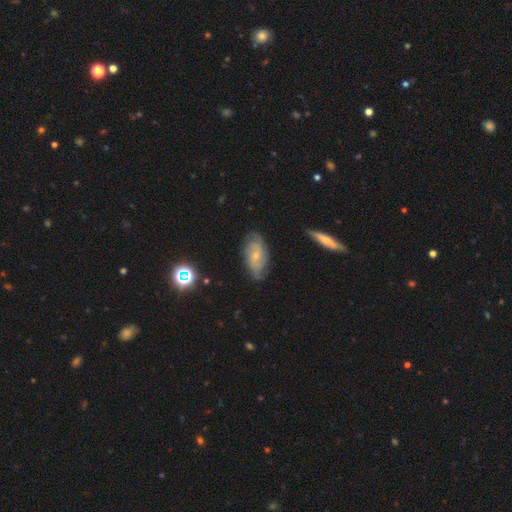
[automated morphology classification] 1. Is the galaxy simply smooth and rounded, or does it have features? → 62% featured or disk, 30% smooth, 9% star or artifact.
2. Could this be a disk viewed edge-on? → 91% no, 9% yes.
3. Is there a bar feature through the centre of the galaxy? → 63% no, 31% weak, 6% strong.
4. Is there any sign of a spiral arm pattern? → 86% yes, 14% no.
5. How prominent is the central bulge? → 71% small, 24% moderate, 3% none, 1% large, 1% dominant.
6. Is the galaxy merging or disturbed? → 73% none, 21% minor disturbance, 5% major disturbance, 2% merger.